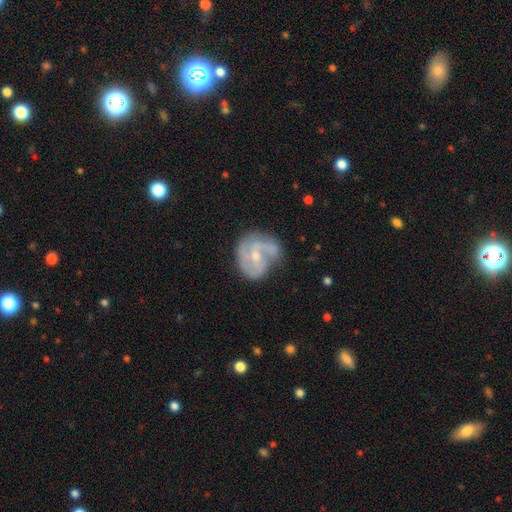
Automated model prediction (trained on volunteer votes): Overall: featured or disk (77%). Edge-on disk: no (98%). Bar: no (45%; weak 42%). Spiral arms: yes (87%). Spiral arm count: 2 (48%; can't tell 19%). Spiral winding: medium (46%; tight 32%). Bulge size: small (63%; moderate 34%). Merging: none (48%; minor disturbance 27%).